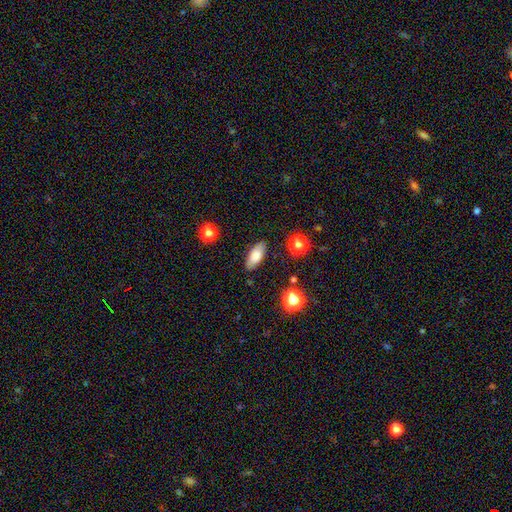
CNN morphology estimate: type=smooth (79%); roundness=in between (82%); merging=none (86%).